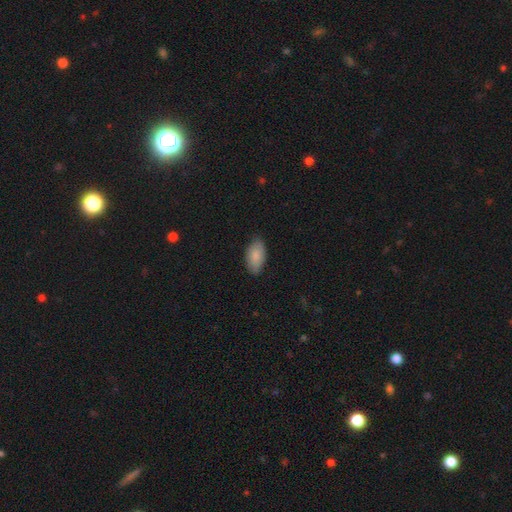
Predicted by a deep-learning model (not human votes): smooth 86%, featured or disk 8%, star or artifact 6%. Down the decision tree: how rounded — in between (94%); merging — none (82%).